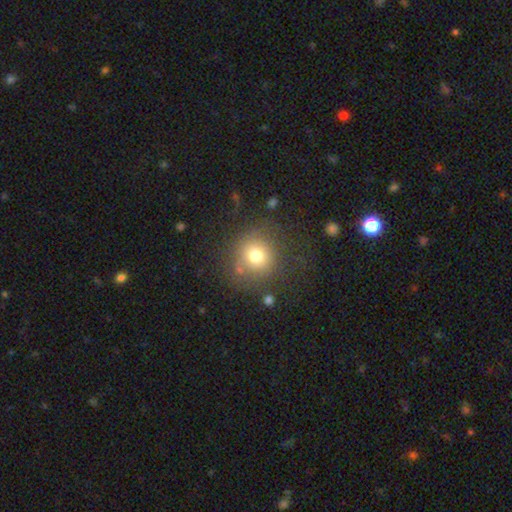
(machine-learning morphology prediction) smooth_or_featured: smooth (p=0.73) [alt: star or artifact p=0.15]
how_rounded: round (p=0.88) [alt: in between p=0.11]
merging: none (p=0.73) [alt: minor disturbance p=0.14]